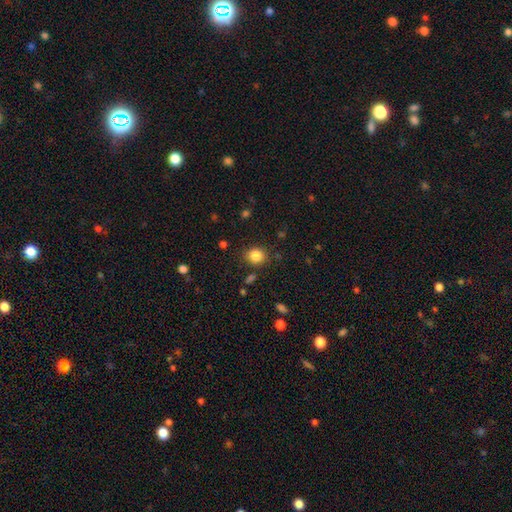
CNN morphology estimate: smooth_or_featured: smooth (p=0.83) [alt: star or artifact p=0.11]
how_rounded: round (p=0.73) [alt: in between p=0.26]
merging: none (p=0.85) [alt: minor disturbance p=0.10]